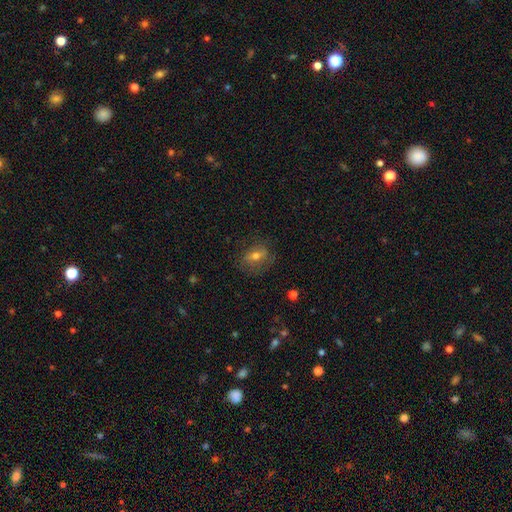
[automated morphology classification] The model was most divided on "smooth or featured": smooth: 51%, featured or disk: 37%, star or artifact: 12%. More confident: merging — none (71%); how rounded — in between (57%).